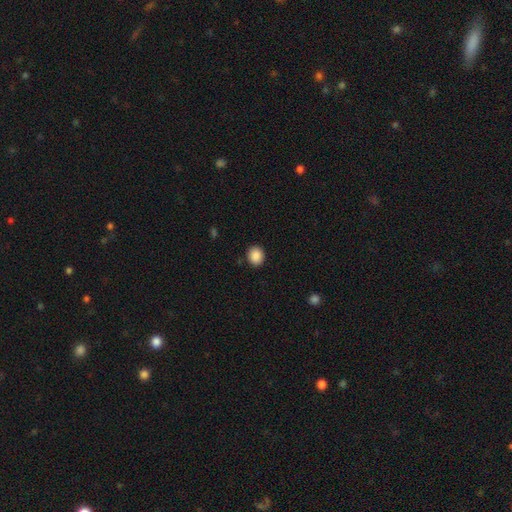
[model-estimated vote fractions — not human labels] Overall: smooth (89%). How rounded: round (70%; in between 30%). Merging: none (89%).